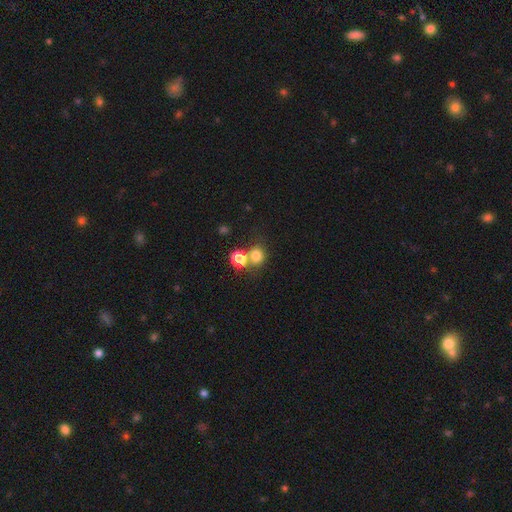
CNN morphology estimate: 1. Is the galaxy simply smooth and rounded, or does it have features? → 77% smooth, 16% star or artifact, 7% featured or disk.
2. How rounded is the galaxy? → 82% round, 17% in between, 1% cigar-shaped.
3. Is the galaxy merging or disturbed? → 59% none, 28% merger, 9% minor disturbance, 4% major disturbance.